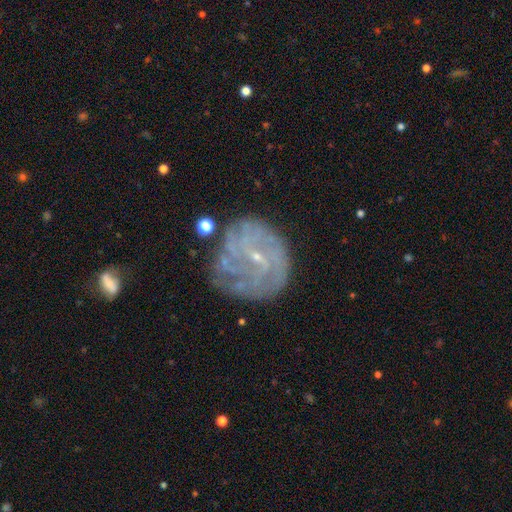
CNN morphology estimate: This appears to be a featured or disk galaxy (73%) with no bar (47%), tight (60%) spiral arms (83%) and a small central bulge (84%). Merging: none (66%).